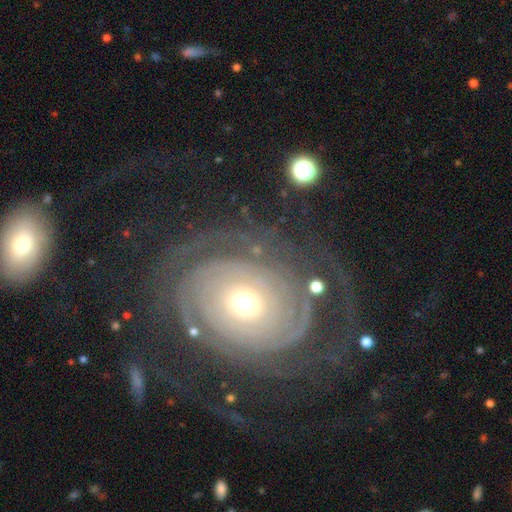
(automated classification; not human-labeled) Smooth or featured?
  - featured or disk: 87% *
  - smooth: 7%
  - star or artifact: 6%
Edge-on disk?
  - no: 97% *
  - yes: 3%
Bar?
  - no: 78% *
  - weak: 15%
  - strong: 6%
Spiral arms?
  - yes: 94% *
  - no: 6%
Spiral winding?
  - tight: 78% *
  - medium: 16%
  - loose: 6%
Spiral arm count?
  - can't tell: 30% *
  - 2: 27%
  - 3: 15%
  - 4: 10%
  - more than 4: 9%
  - 1: 8%
Bulge size?
  - moderate: 57% *
  - small: 34%
  - large: 7%
  - dominant: 1%
  - none: 1%
Merging?
  - none: 69% *
  - major disturbance: 14%
  - minor disturbance: 13%
  - merger: 3%